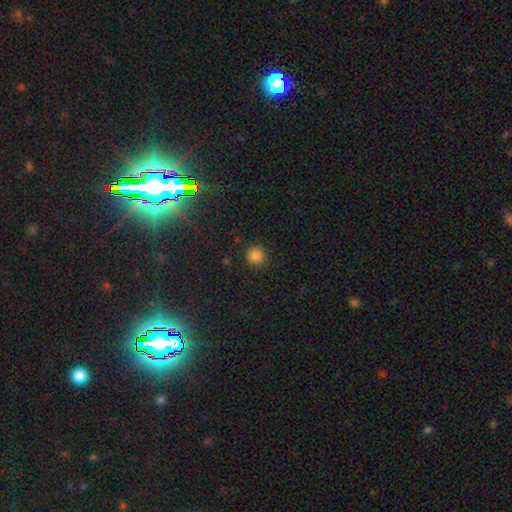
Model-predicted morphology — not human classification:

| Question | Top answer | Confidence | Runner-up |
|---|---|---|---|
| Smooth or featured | smooth | 81% | star or artifact (14%) |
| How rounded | round | 94% | in between (5%) |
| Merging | none | 91% | minor disturbance (6%) |